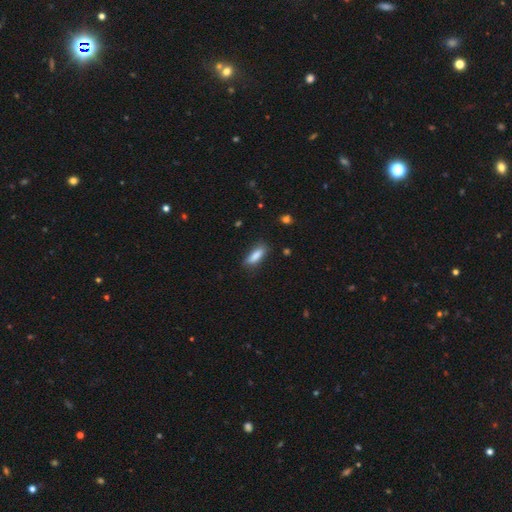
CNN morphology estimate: This is clearly a smooth galaxy (84%). How rounded: possibly in between (54%). Merging: likely none (75%).